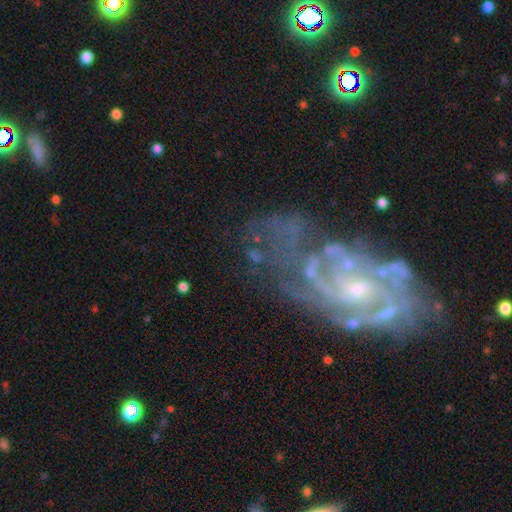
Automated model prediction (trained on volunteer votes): smooth-or-featured: featured or disk: 65% | star or artifact: 19% | smooth: 16%
  disk-edge-on: no: 96% | yes: 4%
    bar: no: 67% | weak: 22% | strong: 11%
    has-spiral-arms: yes: 53% | no: 47%
    bulge-size: small: 39% | none: 34% | moderate: 22% | large: 3% | dominant: 2%
  merging: none: 37% | major disturbance: 33% | minor disturbance: 16% | merger: 14%